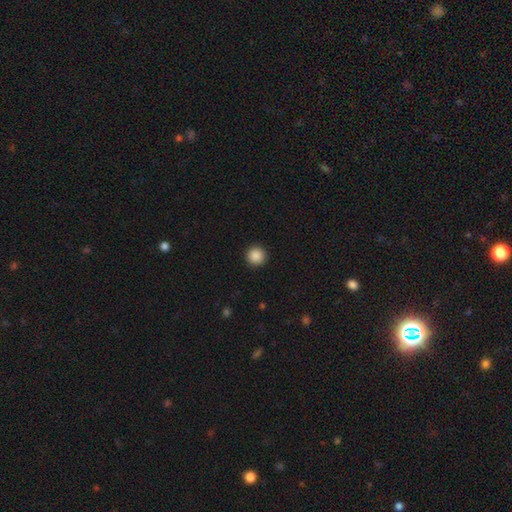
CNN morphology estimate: The model was most divided on "smooth or featured": smooth: 88%, star or artifact: 9%, featured or disk: 3%. More confident: how rounded — round (96%); merging — none (93%).